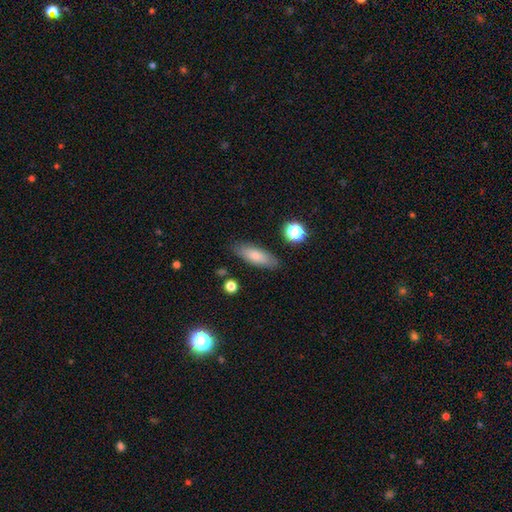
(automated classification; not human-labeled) Overall: smooth (77%). How rounded: in between (66%; cigar-shaped 31%). Merging: none (83%).